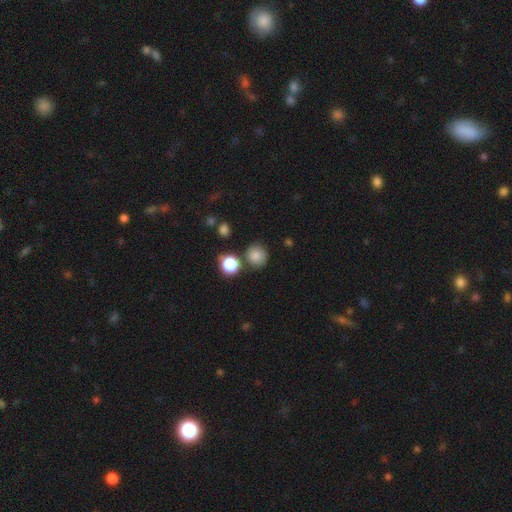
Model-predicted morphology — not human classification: The model was most divided on "merging": none: 76%, minor disturbance: 12%, merger: 9%, major disturbance: 4%. More confident: how rounded — round (85%); smooth or featured — smooth (82%).